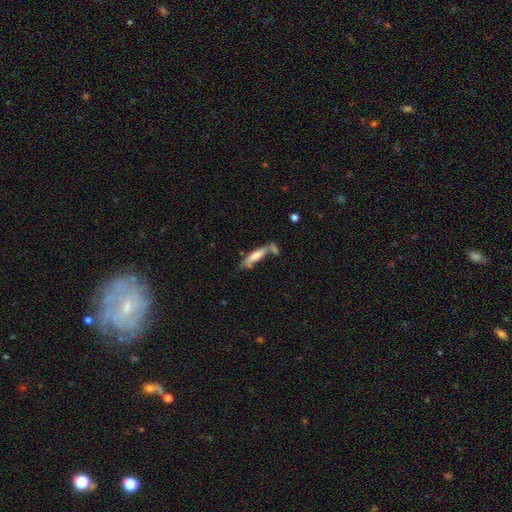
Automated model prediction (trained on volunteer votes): Q: Smooth or featured?
A: smooth (62%); runner-up: featured or disk (31%)
Q: How rounded?
A: cigar-shaped (73%); runner-up: in between (25%)
Q: Merging?
A: none (48%); runner-up: merger (24%)